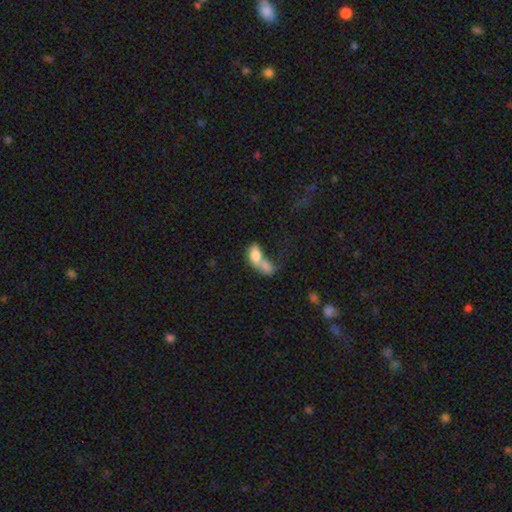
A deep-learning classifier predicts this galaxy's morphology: smooth 72%, featured or disk 19%, star or artifact 8%. Down the decision tree: how rounded — in between (83%); merging — merger (72%).